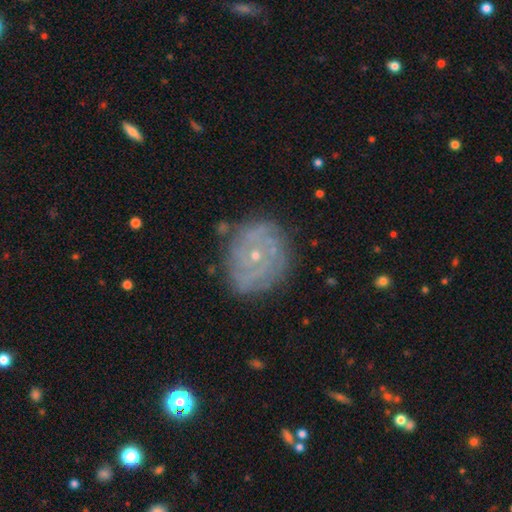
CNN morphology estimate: Smooth or featured? Predicted: featured or disk (p=0.77). Edge-on disk? Predicted: no (p=0.97). Bar? Predicted: no (p=0.74). Spiral arms? Predicted: yes (p=0.91). Spiral winding? Predicted: tight (p=0.71). Spiral arm count? Predicted: can't tell (p=0.37). Bulge size? Predicted: small (p=0.77). Merging? Predicted: none (p=0.80).